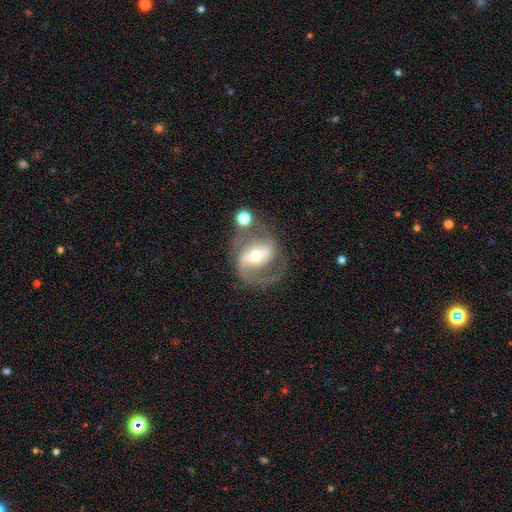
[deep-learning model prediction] smooth-or-featured: featured or disk: 82% | smooth: 11% | star or artifact: 7%
  disk-edge-on: no: 96% | yes: 4%
    bar: strong: 40% | weak: 33% | no: 26%
    has-spiral-arms: yes: 90% | no: 10%
      spiral-winding: medium: 52% | loose: 28% | tight: 20%
      spiral-arm-count: 2: 80% | 1: 11% | can't tell: 6% | 3: 2% | 4: 1% | more than 4: 1%
    bulge-size: moderate: 59% | small: 33% | large: 5% | dominant: 1% | none: 1%
  merging: none: 56% | major disturbance: 17% | minor disturbance: 16% | merger: 11%